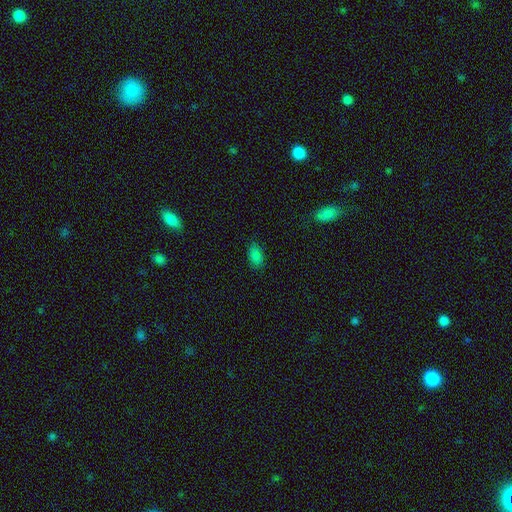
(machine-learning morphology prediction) smooth 83%, star or artifact 13%, featured or disk 4%. Down the decision tree: how rounded — in between (91%); merging — none (83%).